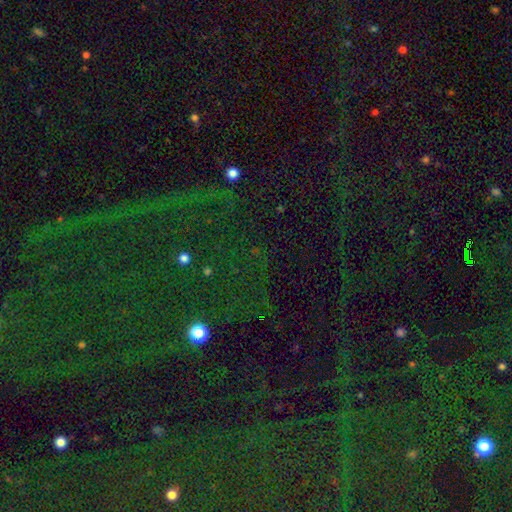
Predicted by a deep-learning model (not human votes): A star or artifact, not a galaxy (78%).

Vote fractions:
- Smooth or featured? star or artifact: 78% / smooth: 13% / featured or disk: 9%